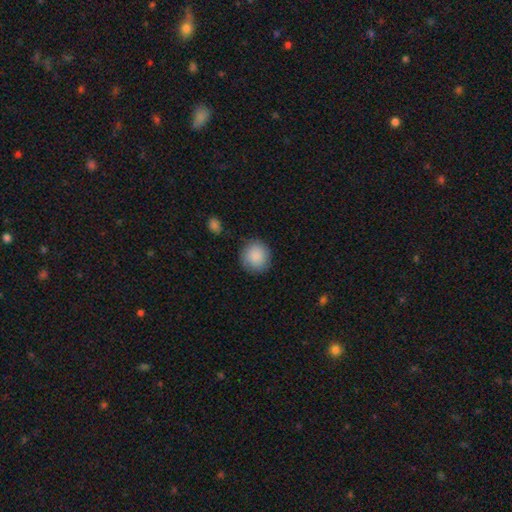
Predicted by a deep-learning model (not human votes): This is clearly a smooth galaxy (89%). How rounded: clearly round (90%). Merging: clearly none (86%).